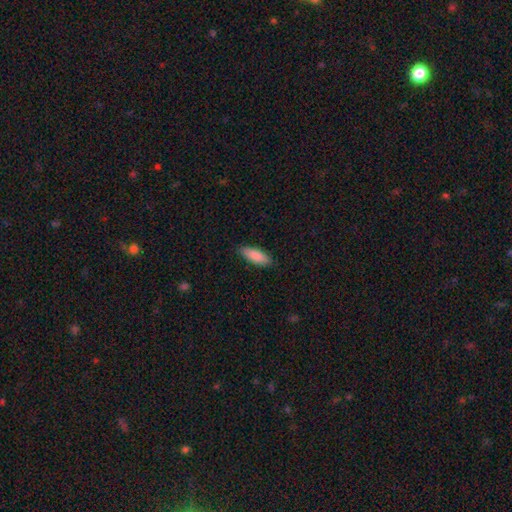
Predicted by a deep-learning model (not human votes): A smooth galaxy with no disk features (87%) that is in between round and cigar-shaped (67%).

Vote fractions:
- Smooth or featured? smooth: 87% / featured or disk: 7% / star or artifact: 6%
- How rounded? in between: 67% / cigar-shaped: 31% / round: 2%
- Merging? none: 87% / minor disturbance: 10% / major disturbance: 2% / merger: 1%